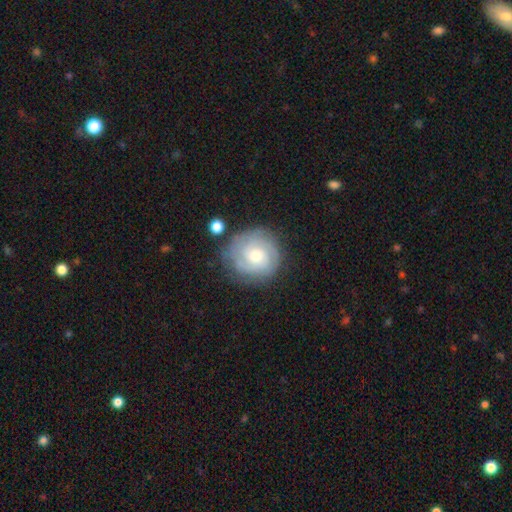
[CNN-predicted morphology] A featured or disk galaxy (75%) with no bar (73%), tight (75%) spiral arms (93%) and a moderate central bulge (61%).

Vote fractions:
- Smooth or featured? featured or disk: 75% / smooth: 19% / star or artifact: 6%
- Edge-on disk? no: 98% / yes: 2%
- Bar? no: 73% / weak: 24% / strong: 4%
- Spiral arms? yes: 93% / no: 7%
- Spiral winding? tight: 75% / medium: 21% / loose: 5%
- Spiral arm count? can't tell: 31% / 2: 28% / 3: 24% / 4: 8% / 1: 5% / more than 4: 5%
- Bulge size? moderate: 61% / small: 30% / large: 6% / none: 2% / dominant: 1%
- Merging? none: 79% / minor disturbance: 14% / major disturbance: 5% / merger: 2%